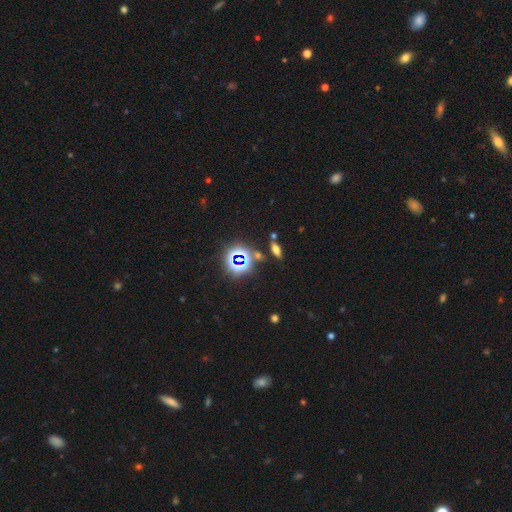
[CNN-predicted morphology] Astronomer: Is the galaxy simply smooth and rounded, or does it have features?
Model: star or artifact — 69%.